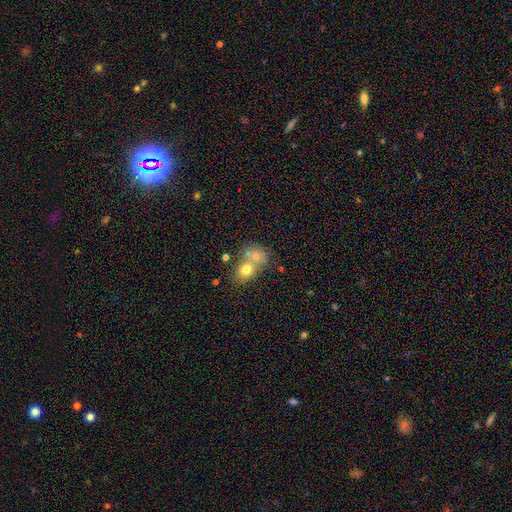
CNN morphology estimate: smooth_or_featured: smooth (p=0.69) [alt: featured or disk p=0.20]
how_rounded: round (p=0.51) [alt: in between p=0.48]
merging: merger (p=0.63) [alt: none p=0.26]